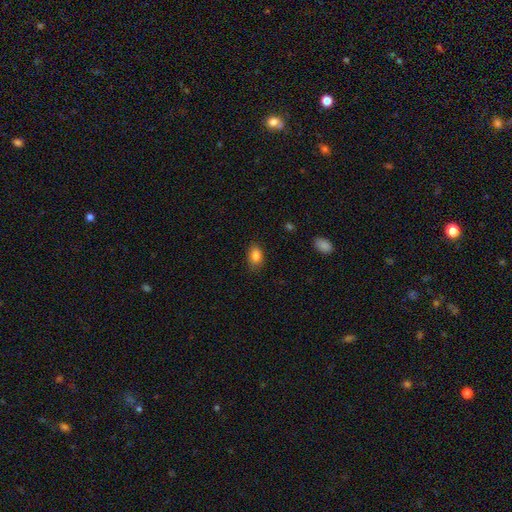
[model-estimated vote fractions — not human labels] A smooth galaxy with no disk features (85%) that is in between round and cigar-shaped (84%). Merging: none (80%).